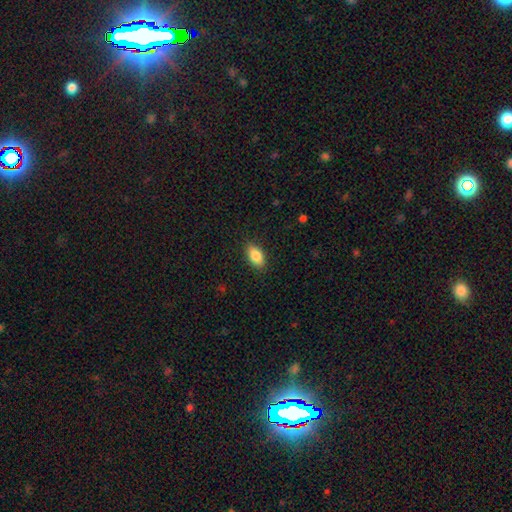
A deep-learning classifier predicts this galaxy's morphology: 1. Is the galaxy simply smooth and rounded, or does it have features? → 86% smooth, 7% featured or disk, 7% star or artifact.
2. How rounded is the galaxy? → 91% in between, 5% round, 4% cigar-shaped.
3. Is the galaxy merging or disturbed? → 88% none, 9% minor disturbance, 2% major disturbance, 1% merger.